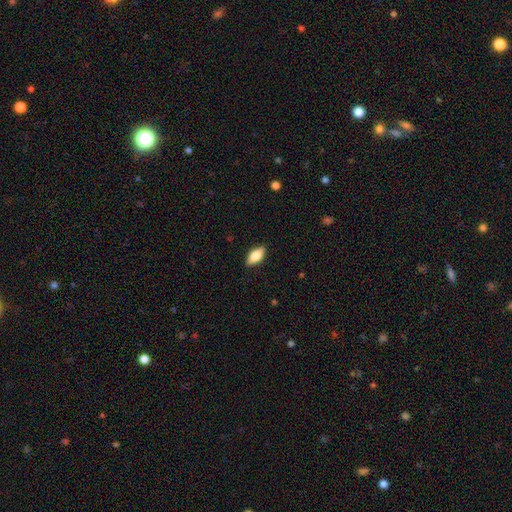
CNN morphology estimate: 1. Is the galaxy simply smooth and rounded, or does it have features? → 72% smooth, 21% featured or disk, 7% star or artifact.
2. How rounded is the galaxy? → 85% in between, 12% cigar-shaped, 3% round.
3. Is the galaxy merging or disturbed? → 87% none, 10% minor disturbance, 2% major disturbance, 1% merger.